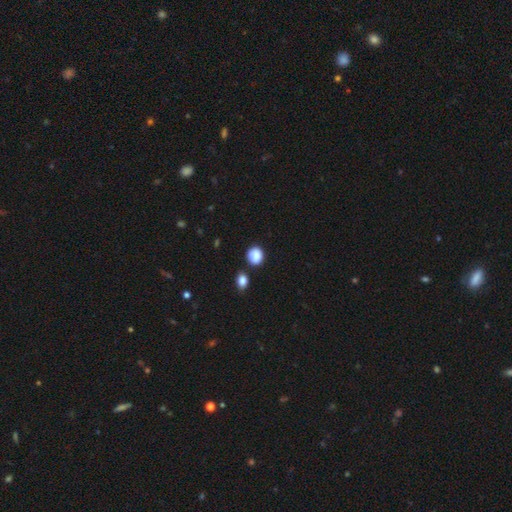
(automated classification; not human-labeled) Morphology: type=smooth (86%); roundness=round (68%); merging=none (66%).